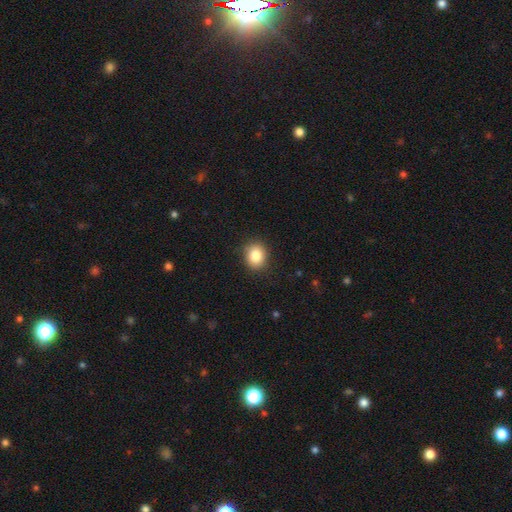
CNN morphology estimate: smooth_or_featured: smooth (p=0.85) [alt: star or artifact p=0.09]
how_rounded: round (p=0.63) [alt: in between p=0.36]
merging: none (p=0.88) [alt: minor disturbance p=0.09]